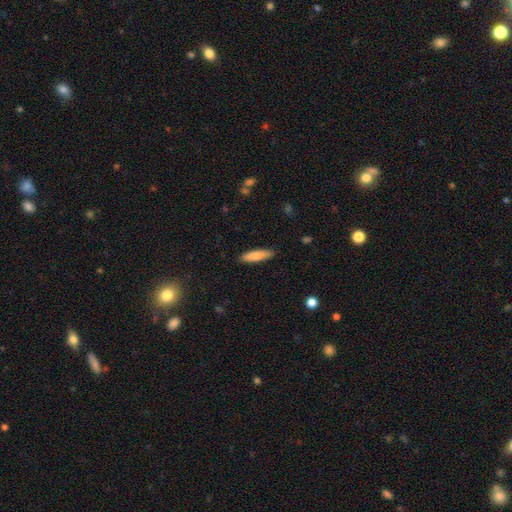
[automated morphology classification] This is likely a smooth galaxy (80%). How rounded: likely cigar-shaped (71%). Merging: clearly none (88%).